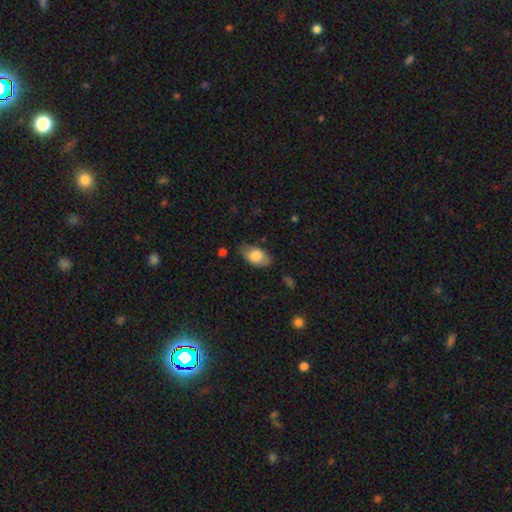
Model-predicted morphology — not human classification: Q: Smooth or featured?
A: smooth (79%); runner-up: featured or disk (15%)
Q: How rounded?
A: in between (93%); runner-up: round (6%)
Q: Merging?
A: none (77%); runner-up: minor disturbance (18%)